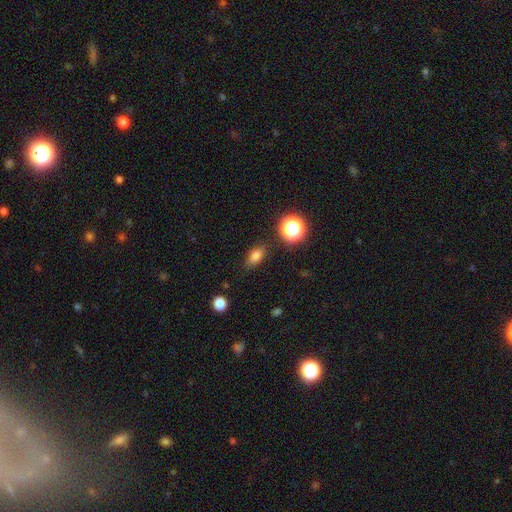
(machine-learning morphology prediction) smooth-or-featured: smooth: 78% | star or artifact: 14% | featured or disk: 8%
  how-rounded: in between: 77% | round: 16% | cigar-shaped: 7%
  merging: none: 81% | minor disturbance: 14% | major disturbance: 4% | merger: 2%